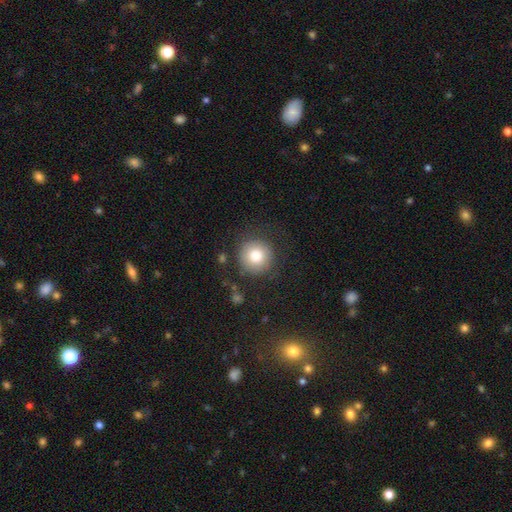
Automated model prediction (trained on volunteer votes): Morphology: type=smooth (79%); roundness=round (95%); merging=none (82%).